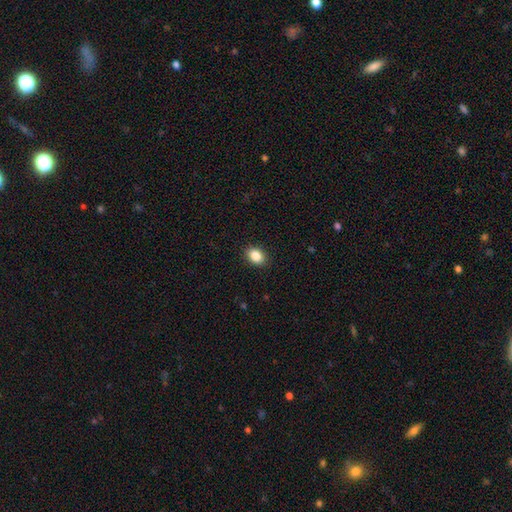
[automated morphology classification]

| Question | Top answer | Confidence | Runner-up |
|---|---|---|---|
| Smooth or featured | smooth | 86% | star or artifact (9%) |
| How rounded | in between | 72% | round (27%) |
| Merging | none | 90% | minor disturbance (7%) |